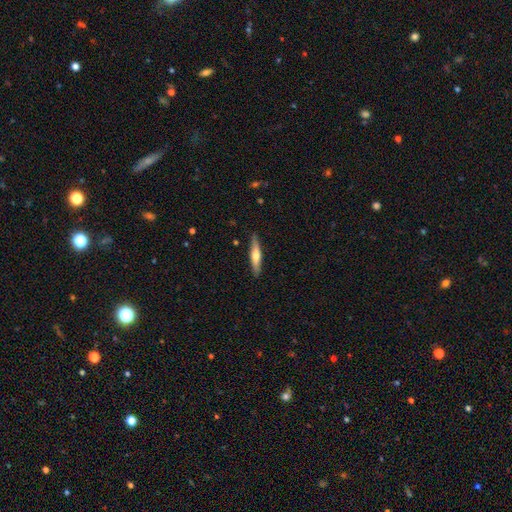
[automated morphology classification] smooth 49%, featured or disk 46%, star or artifact 5%. Down the decision tree: merging — none (89%).